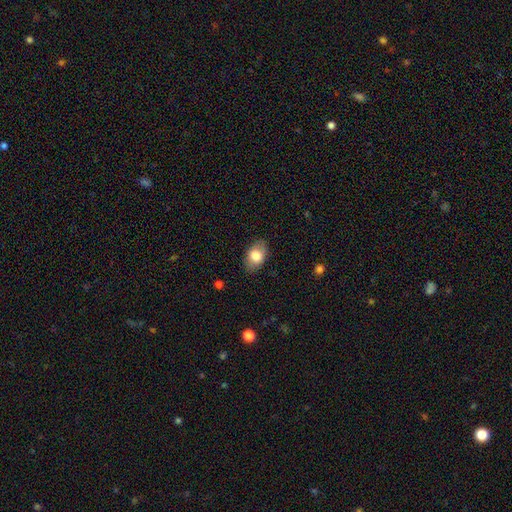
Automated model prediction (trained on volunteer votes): Overall: smooth (77%). How rounded: in between (89%). Merging: none (85%).